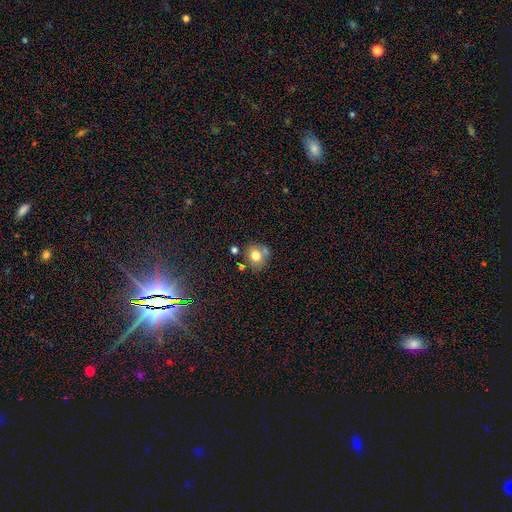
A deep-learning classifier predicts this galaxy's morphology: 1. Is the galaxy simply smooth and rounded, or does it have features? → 75% smooth, 14% featured or disk, 11% star or artifact.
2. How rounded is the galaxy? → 75% round, 24% in between, 1% cigar-shaped.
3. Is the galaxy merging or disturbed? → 60% none, 21% merger, 15% minor disturbance, 4% major disturbance.